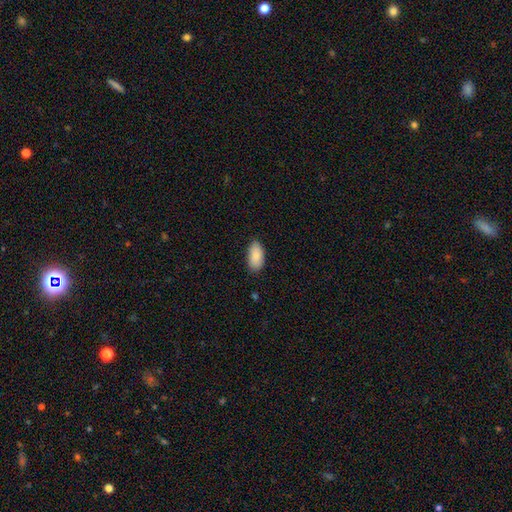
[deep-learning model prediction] This appears to be a smooth galaxy with no disk features (87%) that is in between round and cigar-shaped (94%). Merging: none (84%).